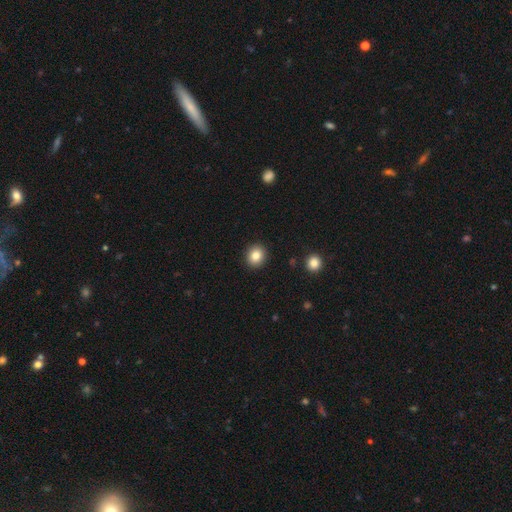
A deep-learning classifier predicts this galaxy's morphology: type=smooth (84%); roundness=round (78%); merging=none (92%).